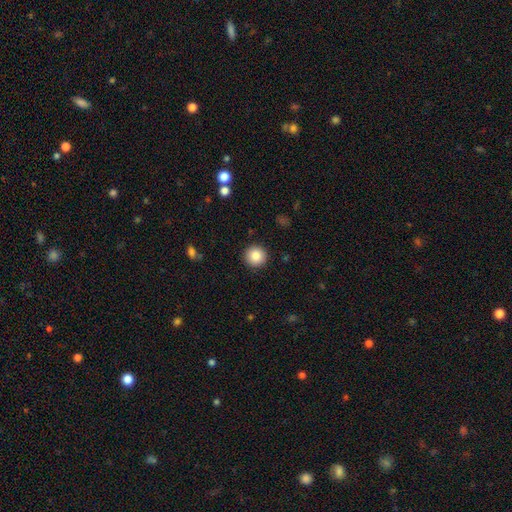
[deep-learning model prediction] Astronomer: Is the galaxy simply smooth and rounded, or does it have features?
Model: smooth — 85%.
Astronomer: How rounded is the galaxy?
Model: round — 96%.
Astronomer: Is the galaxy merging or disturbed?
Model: none — 92%.